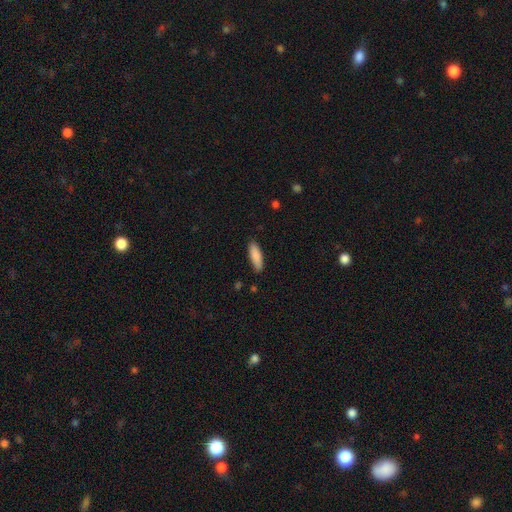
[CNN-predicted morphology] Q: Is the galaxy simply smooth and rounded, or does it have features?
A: smooth — 87%.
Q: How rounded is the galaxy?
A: cigar-shaped — 52%.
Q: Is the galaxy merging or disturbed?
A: none — 86%.